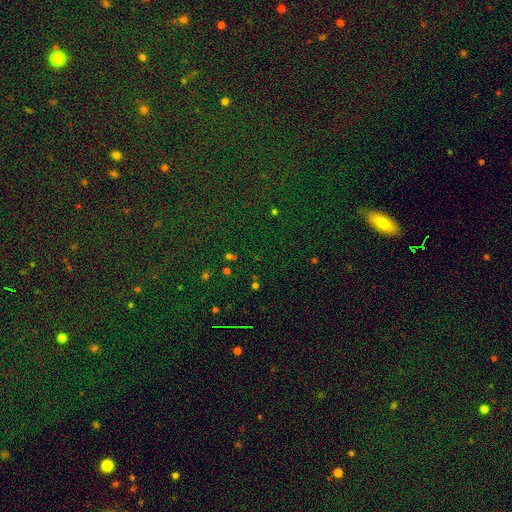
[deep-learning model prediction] Smooth or featured: star or artifact — 71% (smooth — 19%)